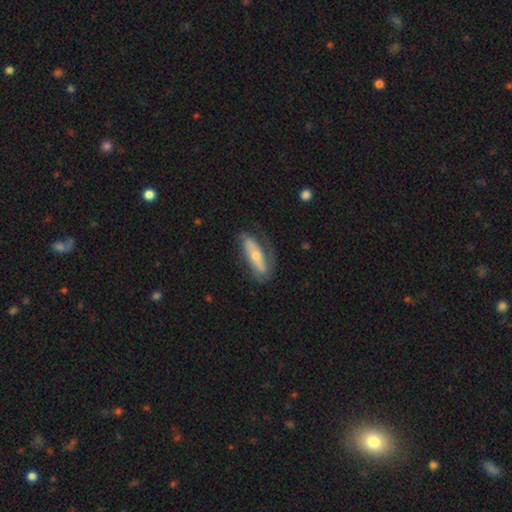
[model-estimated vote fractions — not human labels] A featured or disk galaxy (57%). Merging: none (62%).